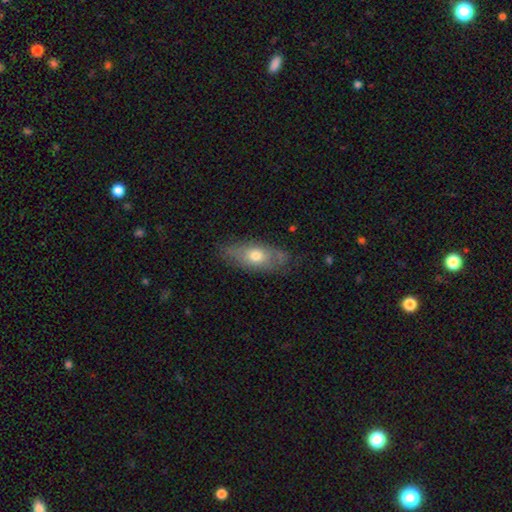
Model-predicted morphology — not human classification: Q: Smooth or featured?
A: smooth (61%); runner-up: featured or disk (32%)
Q: How rounded?
A: in between (80%); runner-up: cigar-shaped (14%)
Q: Merging?
A: none (72%); runner-up: minor disturbance (21%)